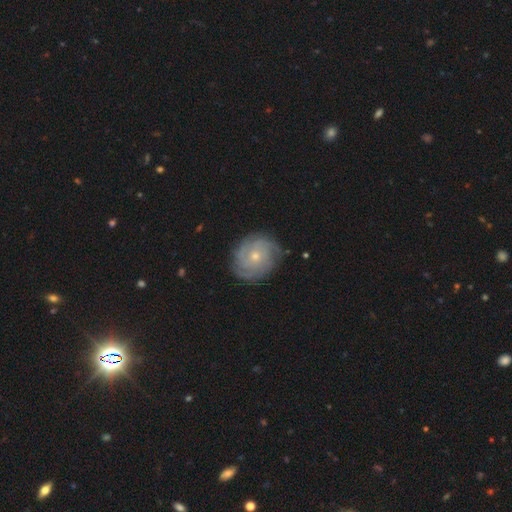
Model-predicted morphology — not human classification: Smooth or featured? featured or disk (79%)
Edge-on disk? no (98%)
Bar? no (80%)
Spiral arms? yes (95%)
Spiral winding? tight (69%)
Spiral arm count? can't tell (30%)
Bulge size? small (63%)
Merging? none (80%)